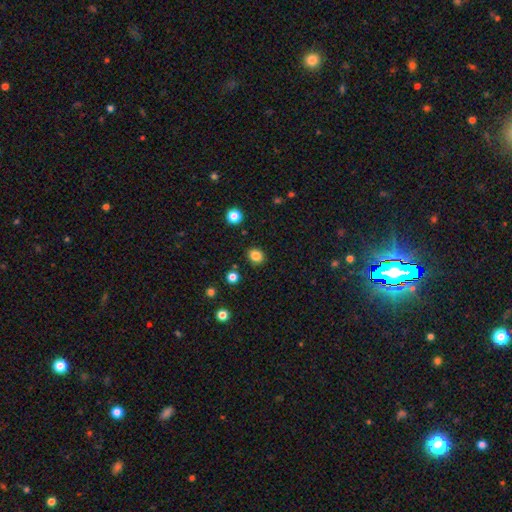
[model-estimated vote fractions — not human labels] This appears to be a smooth galaxy with no disk features (84%) that is round (68%). Merging: none (89%).